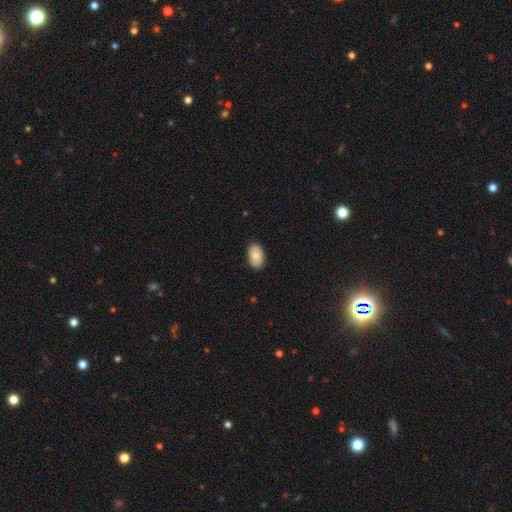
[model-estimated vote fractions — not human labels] Smooth or featured? smooth (84%)
How rounded? in between (93%)
Merging? none (88%)